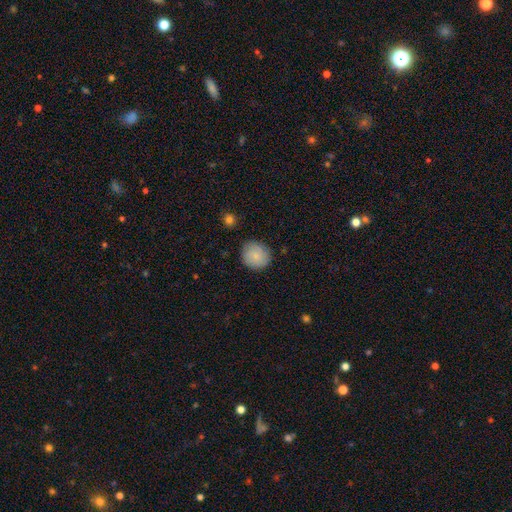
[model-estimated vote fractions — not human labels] Smooth or featured? Predicted: smooth (p=0.83). How rounded? Predicted: round (p=0.85). Merging? Predicted: none (p=0.84).